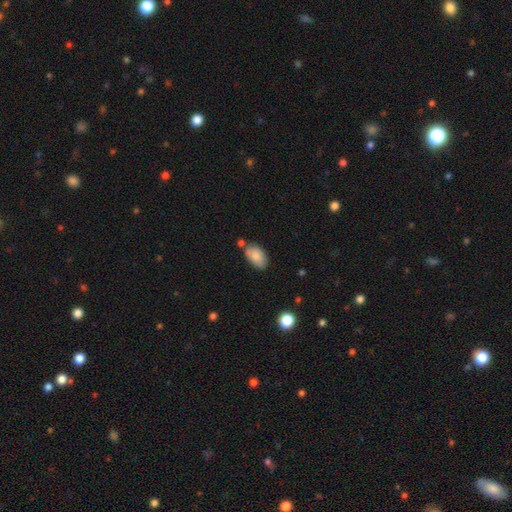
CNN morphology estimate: A smooth galaxy with no disk features (84%) that is in between round and cigar-shaped (93%).

Vote fractions:
- Smooth or featured? smooth: 84% / featured or disk: 9% / star or artifact: 7%
- How rounded? in between: 93% / round: 5% / cigar-shaped: 2%
- Merging? none: 65% / minor disturbance: 20% / merger: 11% / major disturbance: 4%